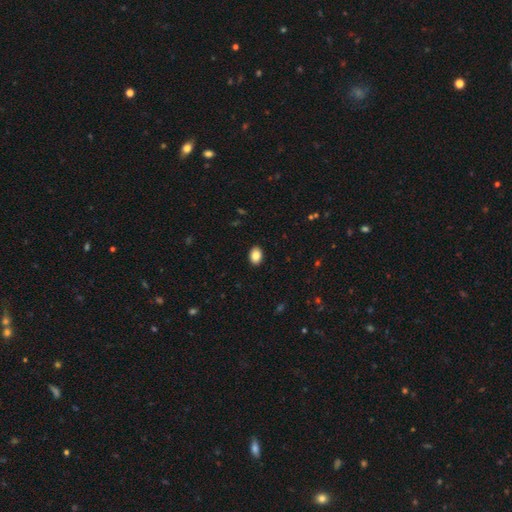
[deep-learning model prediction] Smooth or featured? smooth (87%)
How rounded? in between (77%)
Merging? none (91%)